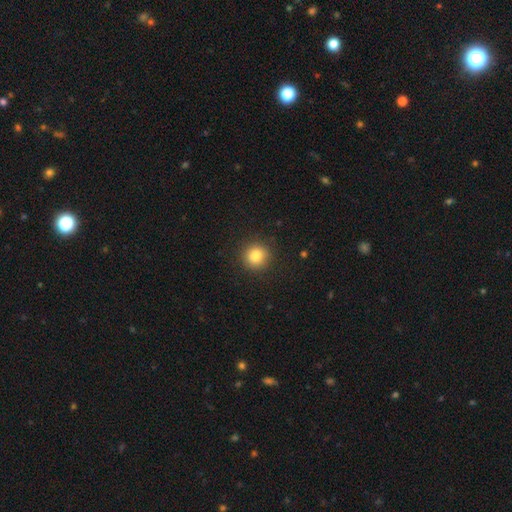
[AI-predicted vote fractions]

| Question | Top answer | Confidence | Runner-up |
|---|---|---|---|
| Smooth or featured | smooth | 82% | star or artifact (11%) |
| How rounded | round | 94% | in between (5%) |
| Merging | none | 92% | minor disturbance (5%) |